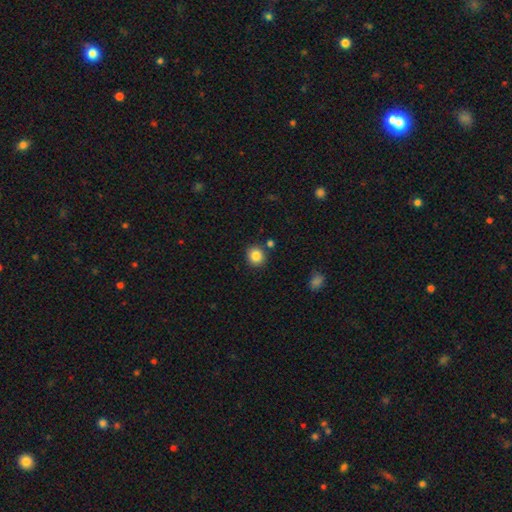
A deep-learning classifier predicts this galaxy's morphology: type=smooth (85%); roundness=round (88%); merging=none (85%).